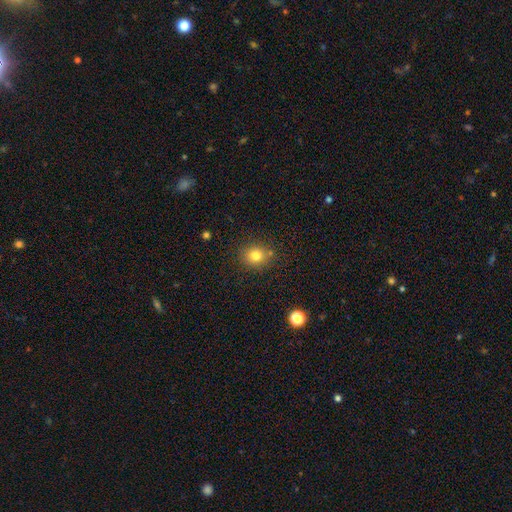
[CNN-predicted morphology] smooth-or-featured: smooth: 79% | star or artifact: 13% | featured or disk: 8%
  how-rounded: round: 77% | in between: 22% | cigar-shaped: 1%
  merging: none: 84% | minor disturbance: 10% | merger: 3% | major disturbance: 3%